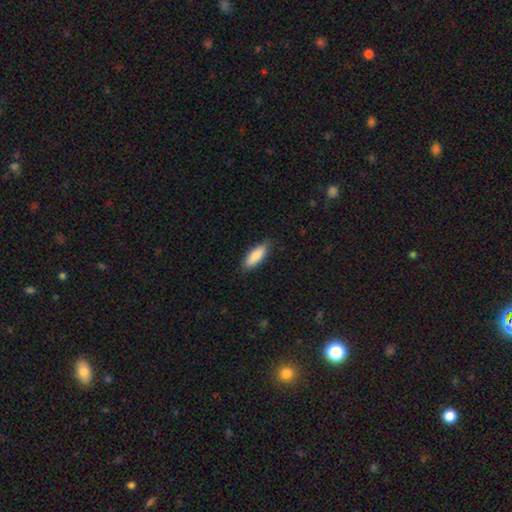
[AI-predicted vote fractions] A smooth galaxy with no disk features (85%) that is in between round and cigar-shaped (68%). Merging: none (84%).